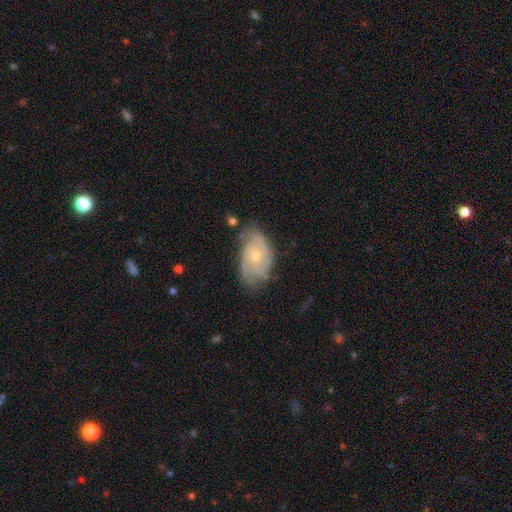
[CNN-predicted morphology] Smooth or featured?
  - featured or disk: 78% *
  - smooth: 16%
  - star or artifact: 6%
Edge-on disk?
  - no: 96% *
  - yes: 4%
Bar?
  - no: 74% *
  - weak: 23%
  - strong: 3%
Spiral arms?
  - yes: 92% *
  - no: 8%
Spiral winding?
  - tight: 55% *
  - medium: 35%
  - loose: 10%
Spiral arm count?
  - 2: 40% *
  - can't tell: 25%
  - 3: 24%
  - 4: 5%
  - 1: 4%
  - more than 4: 3%
Bulge size?
  - small: 51% *
  - moderate: 45%
  - large: 1%
  - none: 1%
  - dominant: 1%
Merging?
  - none: 62% *
  - minor disturbance: 27%
  - major disturbance: 8%
  - merger: 2%